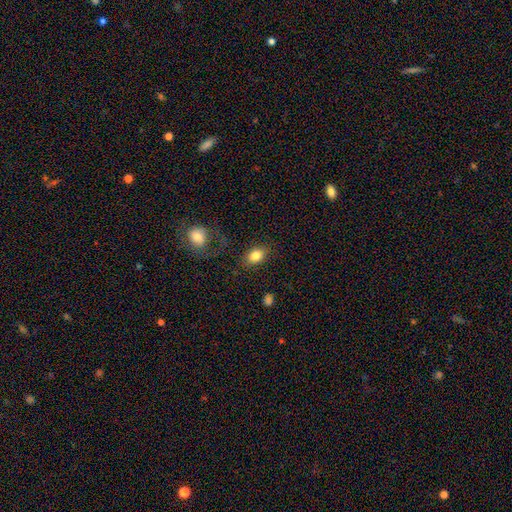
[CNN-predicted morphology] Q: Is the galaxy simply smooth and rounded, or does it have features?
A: smooth — 82%.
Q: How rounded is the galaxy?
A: in between — 80%.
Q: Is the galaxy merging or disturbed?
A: none — 81%.